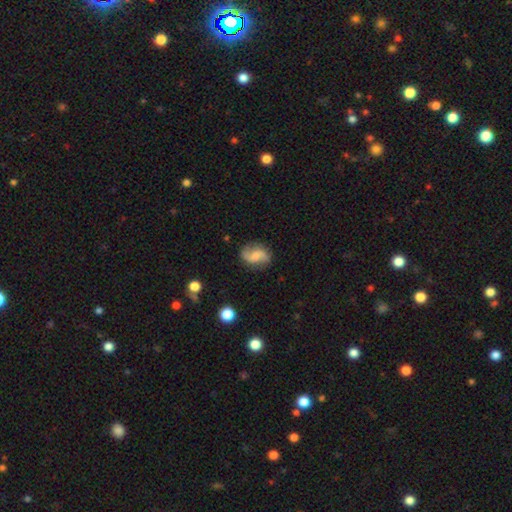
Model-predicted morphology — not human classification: Smooth or featured: featured or disk — 69% (smooth — 24%)
Edge-on disk: no — 97% (yes — 3%)
Bar: no — 45% (weak — 43%)
Spiral arms: yes — 94% (no — 6%)
Spiral winding: loose — 64% (medium — 28%)
Spiral arm count: 2 — 90% (can't tell — 4%)
Bulge size: none — 37% (small — 32%)
Merging: none — 77% (minor disturbance — 16%)